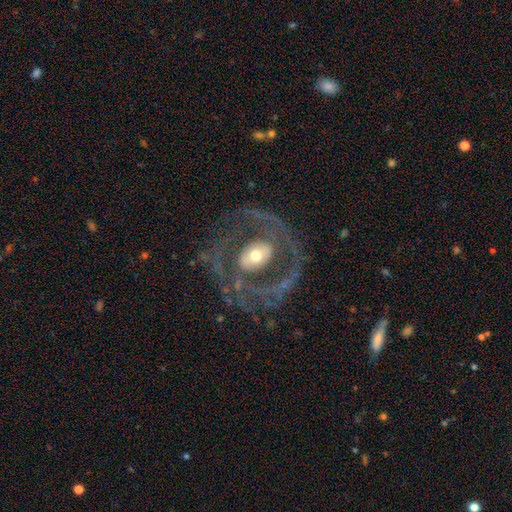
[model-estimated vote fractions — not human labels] Overall: featured or disk (79%). Edge-on disk: no (95%). Bar: no (51%; weak 29%). Spiral arms: yes (72%). Spiral arm count: 2 (58%). Spiral winding: medium (44%; tight 32%). Bulge size: moderate (56%; small 26%). Merging: none (64%).